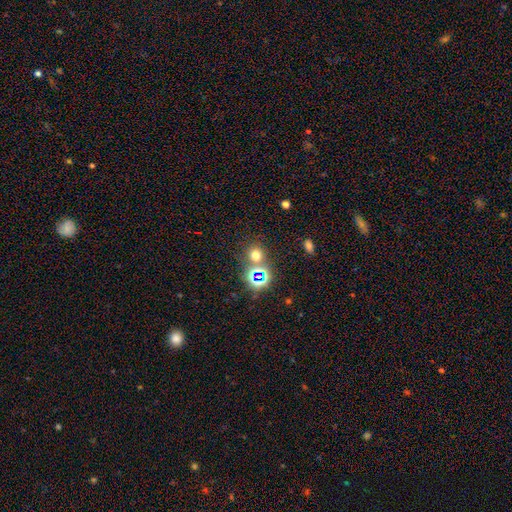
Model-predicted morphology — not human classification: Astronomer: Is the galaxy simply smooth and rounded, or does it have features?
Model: smooth — 60%.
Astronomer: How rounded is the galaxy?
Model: round — 85%.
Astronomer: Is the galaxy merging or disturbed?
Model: none — 73%.